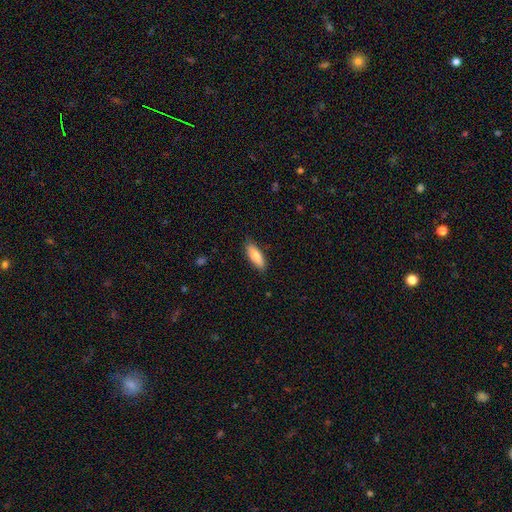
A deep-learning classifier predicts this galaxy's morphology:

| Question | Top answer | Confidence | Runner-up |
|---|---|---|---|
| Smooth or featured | smooth | 75% | featured or disk (19%) |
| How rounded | in between | 60% | cigar-shaped (38%) |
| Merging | none | 86% | minor disturbance (11%) |